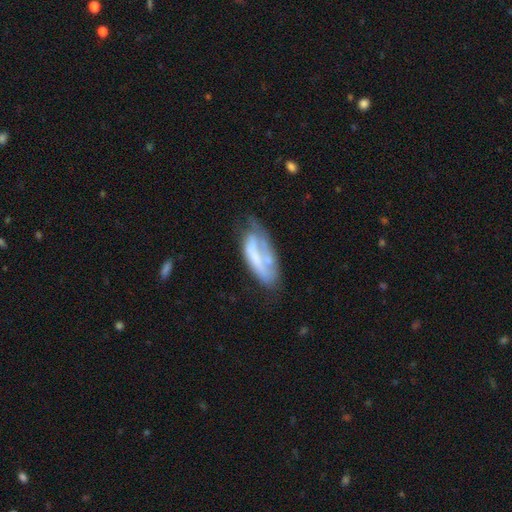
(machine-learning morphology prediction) featured or disk 53%, smooth 39%, star or artifact 8%. Down the decision tree: edge-on disk — no (87%); merging — none (35%).